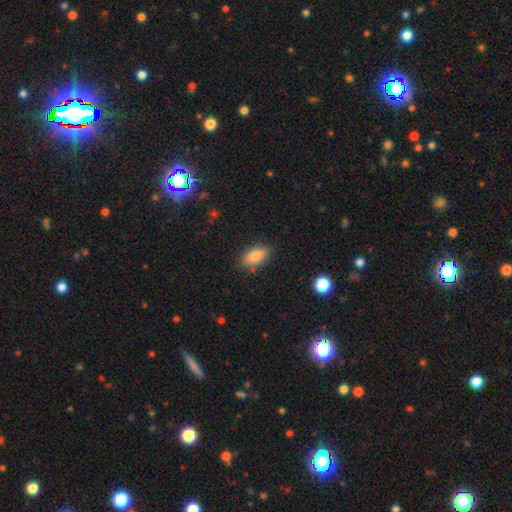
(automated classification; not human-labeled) The model was most divided on "merging": none: 83%, minor disturbance: 12%, major disturbance: 3%, merger: 2%. More confident: how rounded — in between (89%); smooth or featured — smooth (85%).